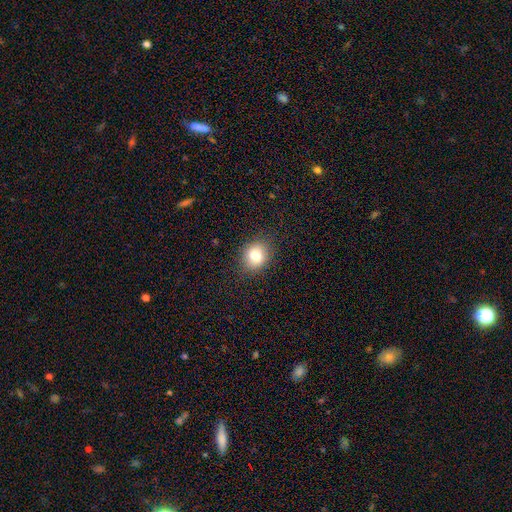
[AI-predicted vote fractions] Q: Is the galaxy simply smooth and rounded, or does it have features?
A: smooth — 79%.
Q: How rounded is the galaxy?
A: round — 59%.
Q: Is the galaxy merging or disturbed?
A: none — 87%.